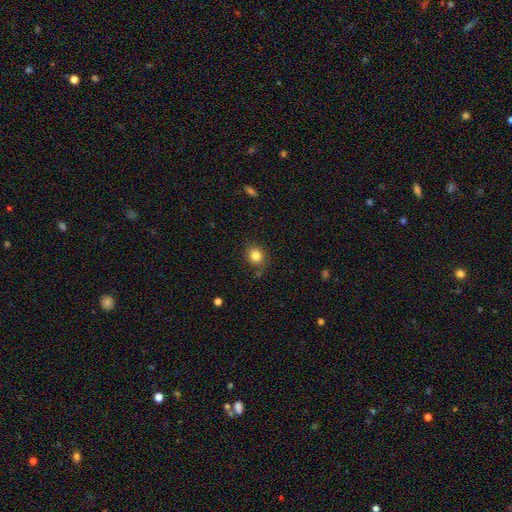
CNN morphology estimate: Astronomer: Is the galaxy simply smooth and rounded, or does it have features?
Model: smooth — 83%.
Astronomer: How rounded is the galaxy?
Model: round — 75%.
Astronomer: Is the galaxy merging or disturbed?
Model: none — 82%.